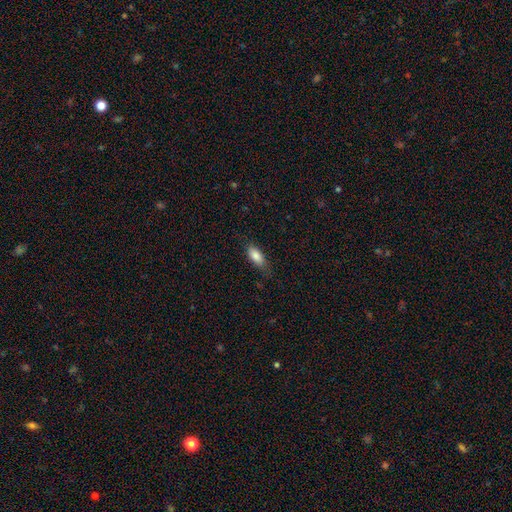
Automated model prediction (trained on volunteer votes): A smooth galaxy with no disk features (84%) that is in between round and cigar-shaped (82%).

Vote fractions:
- Smooth or featured? smooth: 84% / featured or disk: 9% / star or artifact: 7%
- How rounded? in between: 82% / cigar-shaped: 16% / round: 3%
- Merging? none: 72% / minor disturbance: 21% / major disturbance: 6% / merger: 1%